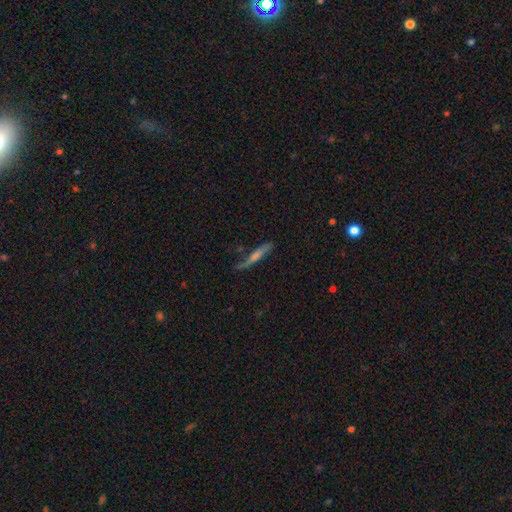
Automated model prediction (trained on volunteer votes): smooth-or-featured: featured or disk: 52% | smooth: 39% | star or artifact: 9%
  disk-edge-on: yes: 79% | no: 21%
  merging: none: 62% | minor disturbance: 25% | major disturbance: 10% | merger: 4%